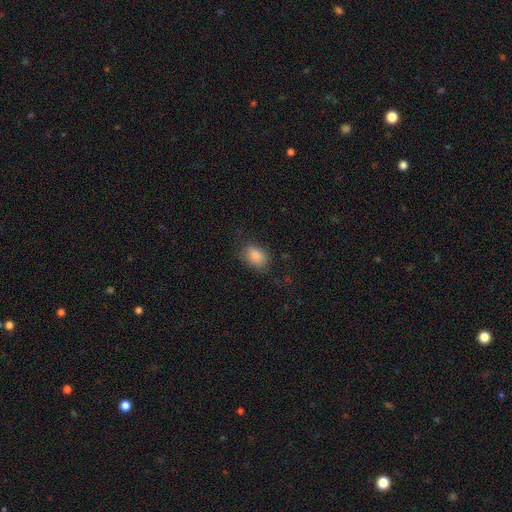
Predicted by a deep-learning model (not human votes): Q: Smooth or featured?
A: smooth (87%); runner-up: star or artifact (9%)
Q: How rounded?
A: in between (78%); runner-up: round (21%)
Q: Merging?
A: none (74%); runner-up: minor disturbance (18%)